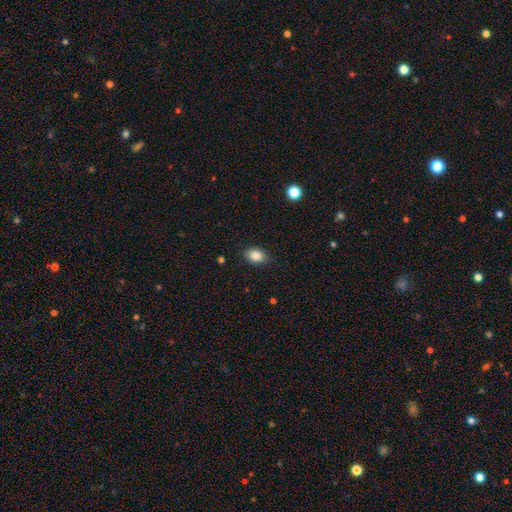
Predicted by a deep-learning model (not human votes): This appears to be a smooth galaxy with no disk features (86%) that is in between round and cigar-shaped (81%). Merging: none (86%).